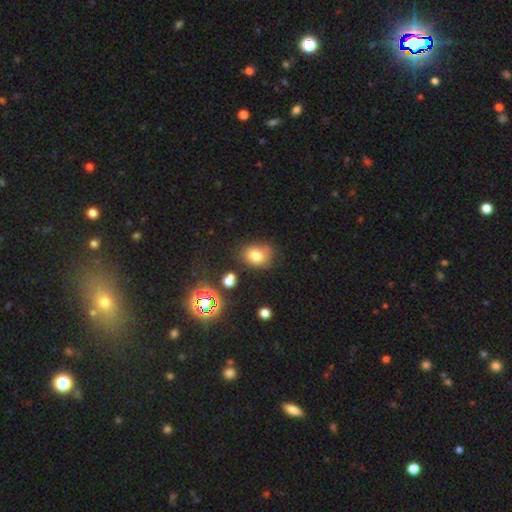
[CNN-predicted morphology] This is likely a smooth galaxy (74%). How rounded: possibly in between (50%). Merging: likely none (67%).